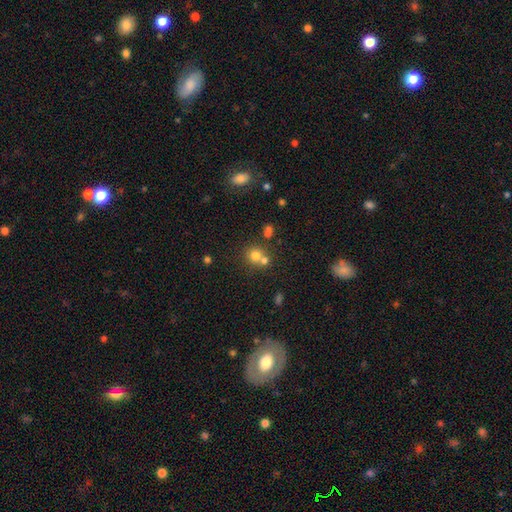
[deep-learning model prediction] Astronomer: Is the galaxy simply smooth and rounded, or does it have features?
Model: smooth — 71%.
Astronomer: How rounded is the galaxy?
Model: round — 87%.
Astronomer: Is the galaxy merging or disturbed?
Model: none — 50% (runner-up: merger, 41%).